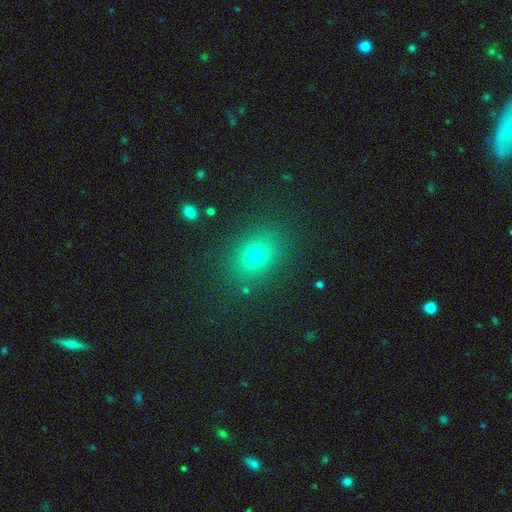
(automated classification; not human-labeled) Overall: smooth (71%). How rounded: in between (56%; round 42%). Merging: none (86%).